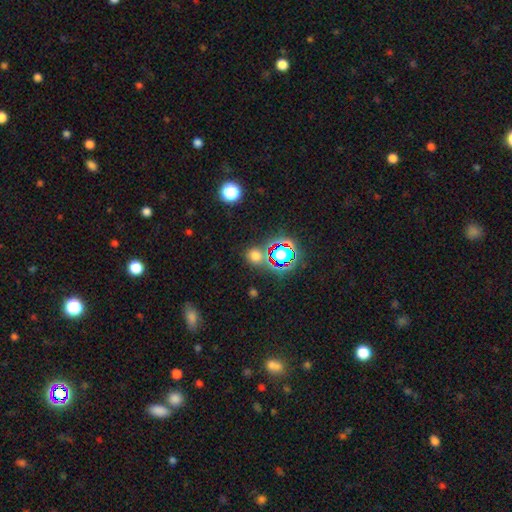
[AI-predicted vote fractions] Smooth or featured? Predicted: smooth (p=0.54). How rounded? Predicted: round (p=0.80). Merging? Predicted: none (p=0.74).